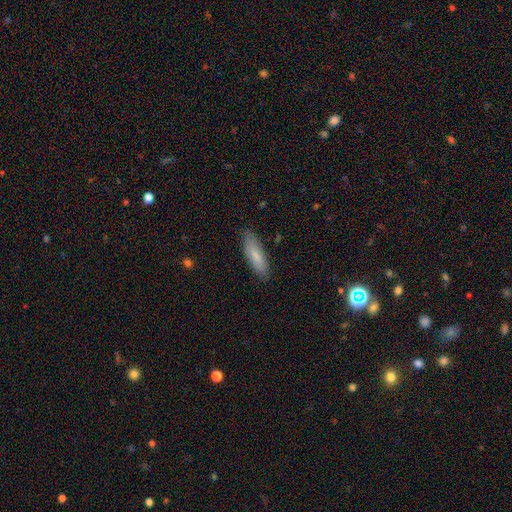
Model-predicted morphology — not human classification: This appears to be a smooth galaxy with no disk features (77%) that is cigar-shaped (53%). Merging: none (86%).